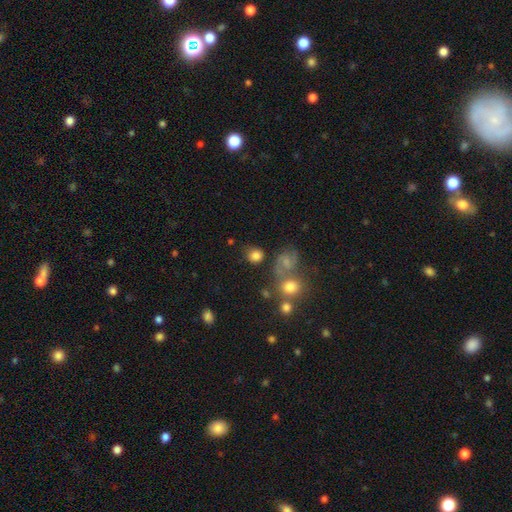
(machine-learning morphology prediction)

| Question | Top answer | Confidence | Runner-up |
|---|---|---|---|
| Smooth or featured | smooth | 79% | star or artifact (11%) |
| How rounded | round | 80% | in between (19%) |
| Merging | none | 65% | minor disturbance (15%) |